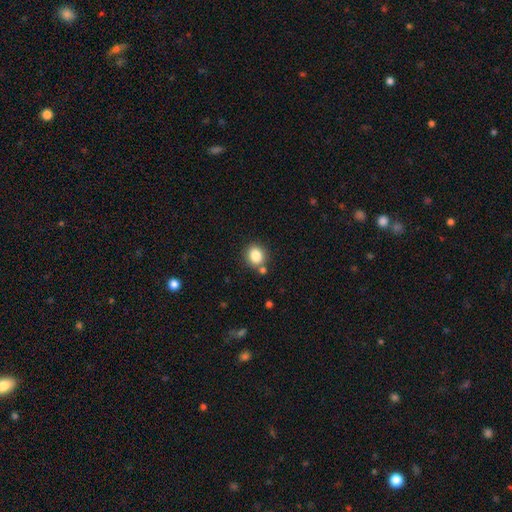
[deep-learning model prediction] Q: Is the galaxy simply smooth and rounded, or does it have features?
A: smooth — 84%.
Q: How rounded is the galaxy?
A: round — 70%.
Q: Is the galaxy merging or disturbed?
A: none — 77%.